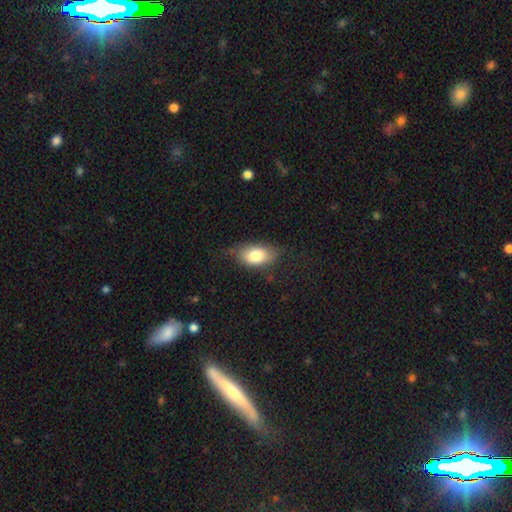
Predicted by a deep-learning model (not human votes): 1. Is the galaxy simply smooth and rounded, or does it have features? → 78% smooth, 15% featured or disk, 7% star or artifact.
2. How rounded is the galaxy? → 90% in between, 6% round, 3% cigar-shaped.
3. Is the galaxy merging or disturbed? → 65% none, 25% minor disturbance, 8% major disturbance, 1% merger.